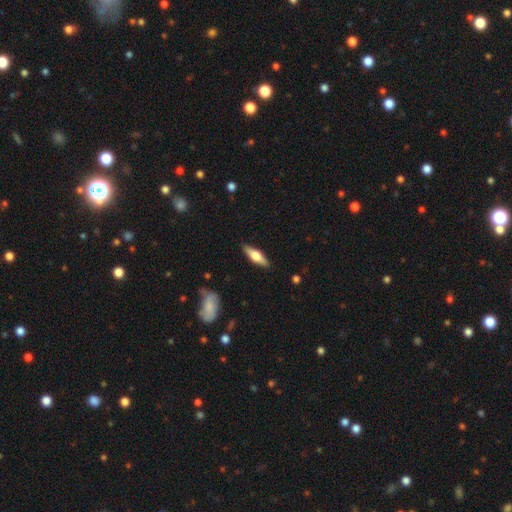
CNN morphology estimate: A featured or disk galaxy (49%). Merging: none (88%).